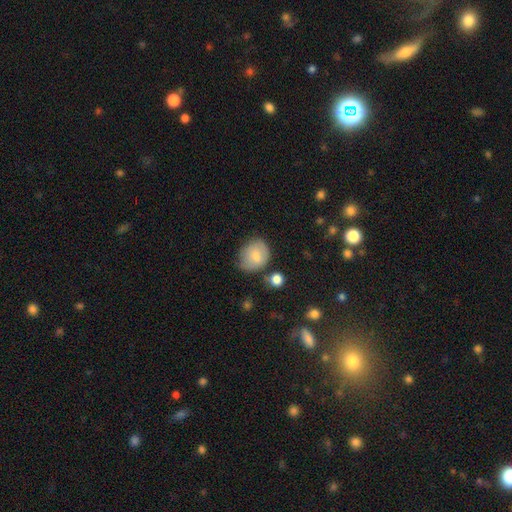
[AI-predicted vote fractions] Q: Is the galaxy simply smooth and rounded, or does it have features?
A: smooth — 79%.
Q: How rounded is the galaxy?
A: round — 53%.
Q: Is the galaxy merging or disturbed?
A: none — 57%.